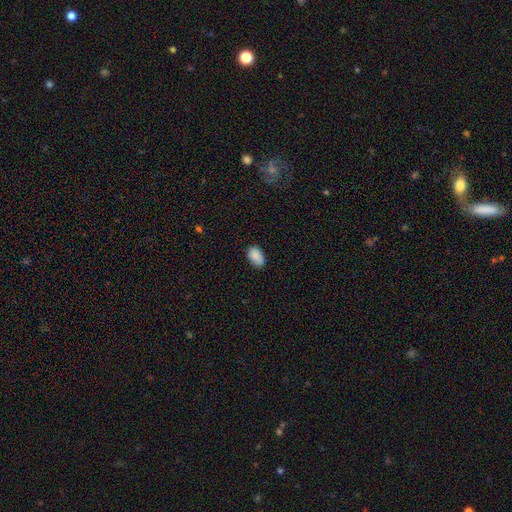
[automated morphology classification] Overall: smooth (86%). How rounded: in between (89%). Merging: none (75%).